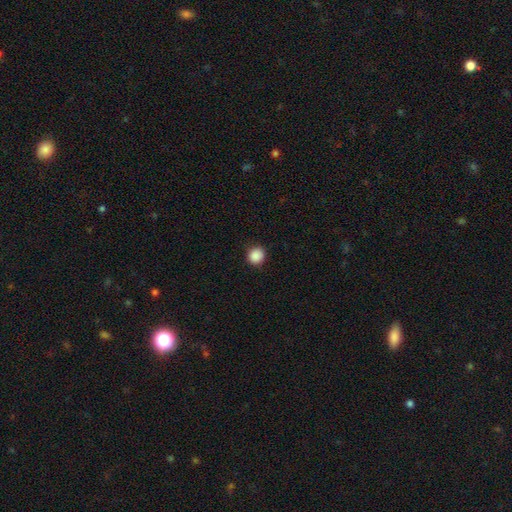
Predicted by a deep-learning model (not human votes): Smooth or featured? Predicted: smooth (p=0.88). How rounded? Predicted: round (p=0.92). Merging? Predicted: none (p=0.91).